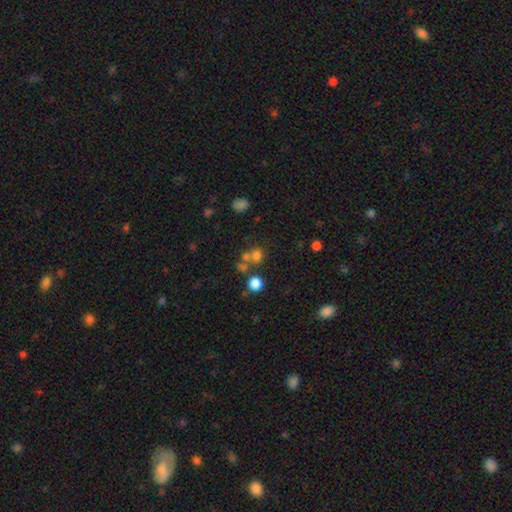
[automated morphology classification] Smooth or featured? Predicted: smooth (p=0.68). How rounded? Predicted: round (p=0.84). Merging? Predicted: none (p=0.57).